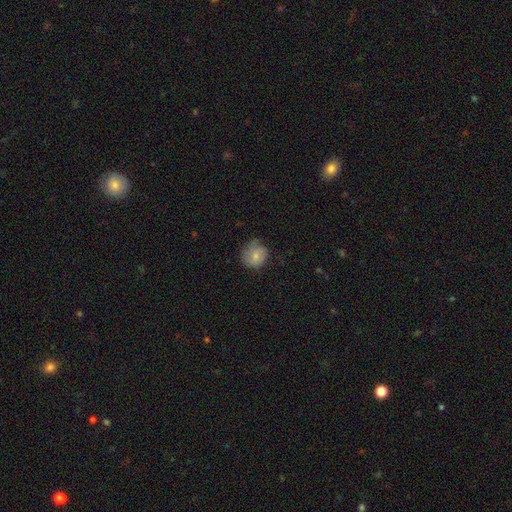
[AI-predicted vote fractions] The model was most divided on "merging": none: 55%, minor disturbance: 32%, major disturbance: 11%, merger: 1%. More confident: how rounded — round (79%); smooth or featured — smooth (71%).